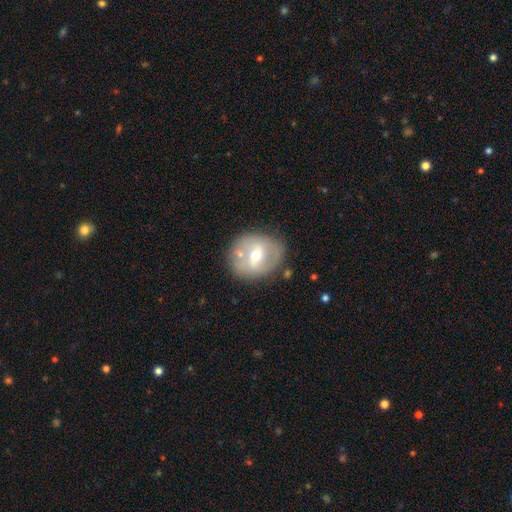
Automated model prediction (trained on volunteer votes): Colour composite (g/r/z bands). It shows a featured or disk galaxy (56%) with a weak bar (43%), no spiral arms (63%) and a moderate central bulge (65%). Merging: none (73%).